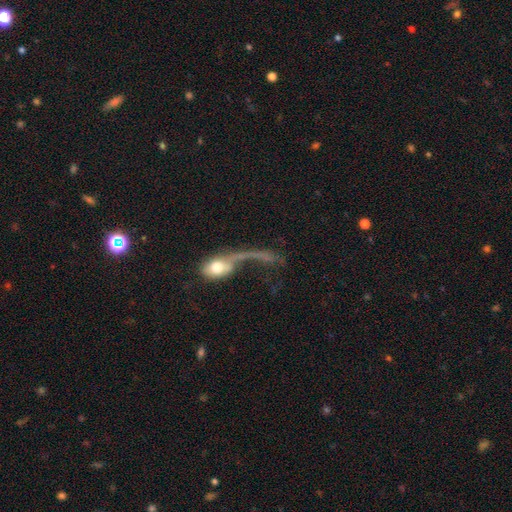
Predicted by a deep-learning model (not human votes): Smooth or featured: featured or disk — 45% (smooth — 39%)
Merging: major disturbance — 45% (merger — 23%)